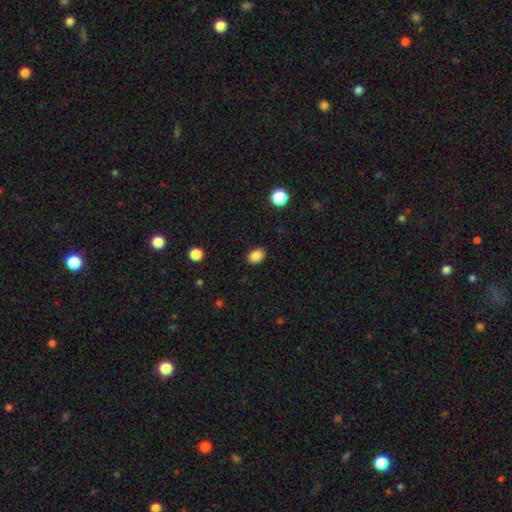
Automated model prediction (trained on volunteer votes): A smooth galaxy with no disk features (86%) that is in between round and cigar-shaped (70%). Merging: none (89%).